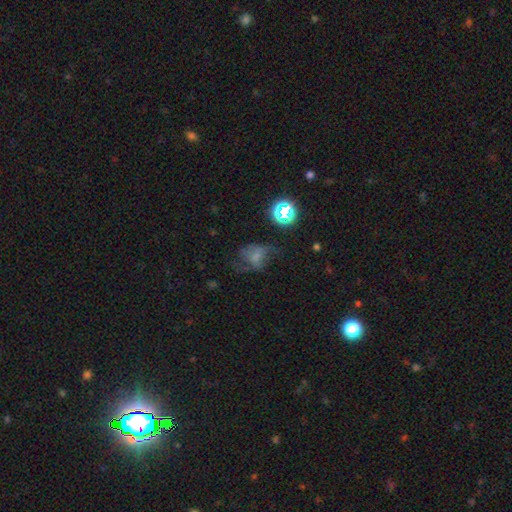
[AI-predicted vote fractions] smooth 43%, featured or disk 34%, star or artifact 23%. Down the decision tree: merging — major disturbance (38%).